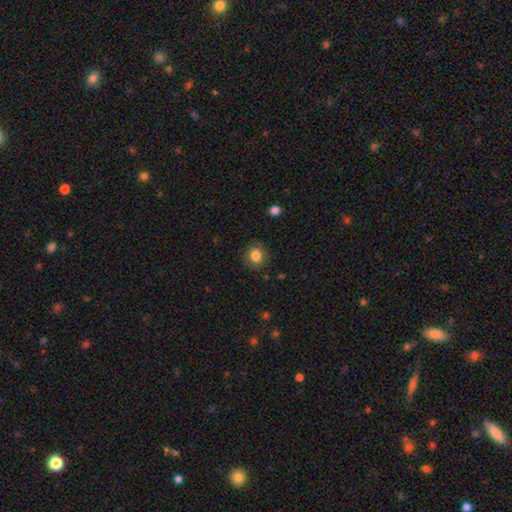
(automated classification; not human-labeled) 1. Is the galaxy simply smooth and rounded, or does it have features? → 82% smooth, 10% star or artifact, 8% featured or disk.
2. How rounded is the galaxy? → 85% round, 15% in between, 1% cigar-shaped.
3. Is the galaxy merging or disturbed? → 86% none, 10% minor disturbance, 3% major disturbance, 1% merger.